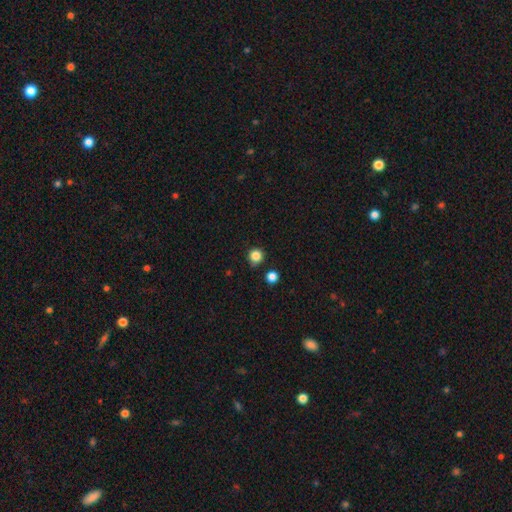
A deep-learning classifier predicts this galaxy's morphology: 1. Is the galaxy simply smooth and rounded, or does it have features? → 85% smooth, 12% star or artifact, 3% featured or disk.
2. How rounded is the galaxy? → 94% round, 5% in between, 1% cigar-shaped.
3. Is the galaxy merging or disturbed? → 83% none, 10% minor disturbance, 4% merger, 2% major disturbance.